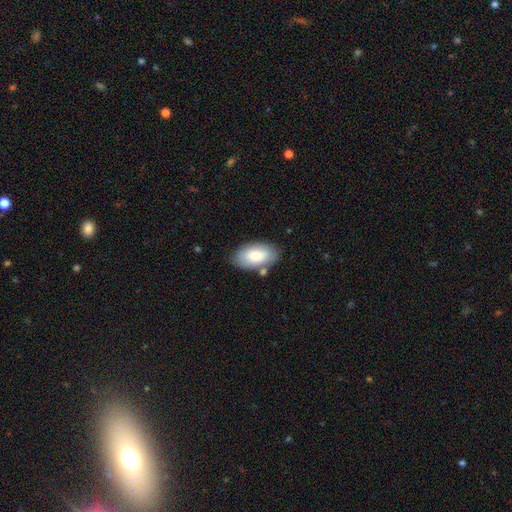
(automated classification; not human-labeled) Morphology: type=smooth (78%); roundness=in between (95%); merging=none (75%).